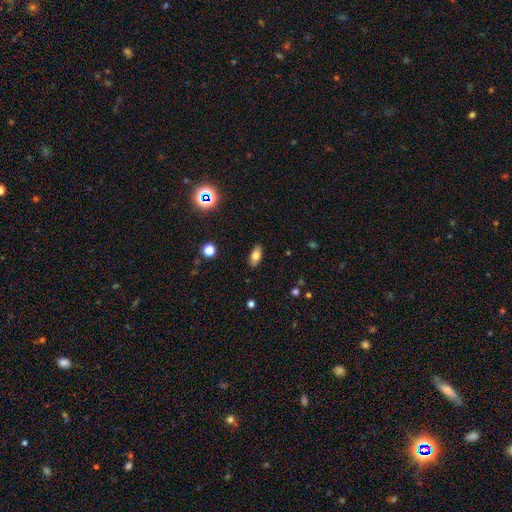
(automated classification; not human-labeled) Morphology: type=smooth (73%); roundness=in between (84%); merging=none (88%).